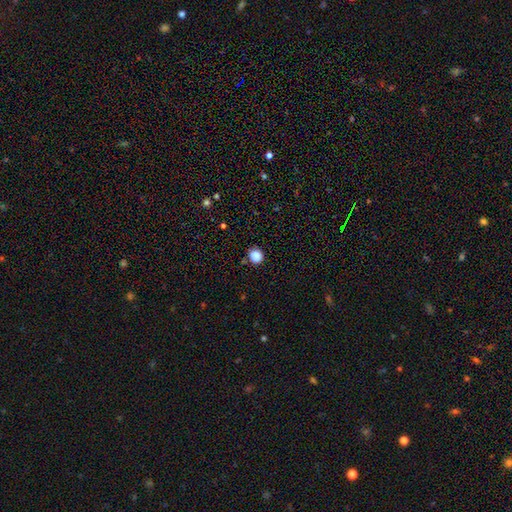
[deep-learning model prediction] A smooth galaxy with no disk features (86%) that is round (83%). Merging: none (83%).